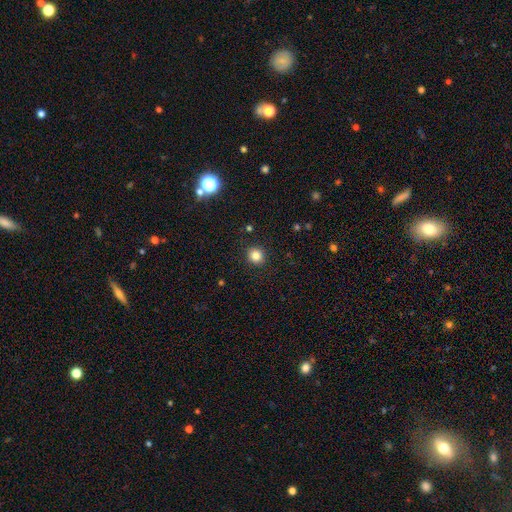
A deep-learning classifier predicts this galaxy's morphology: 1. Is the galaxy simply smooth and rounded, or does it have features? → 83% smooth, 12% star or artifact, 5% featured or disk.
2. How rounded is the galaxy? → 87% round, 12% in between, 1% cigar-shaped.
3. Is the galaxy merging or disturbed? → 91% none, 6% minor disturbance, 2% major disturbance, 1% merger.